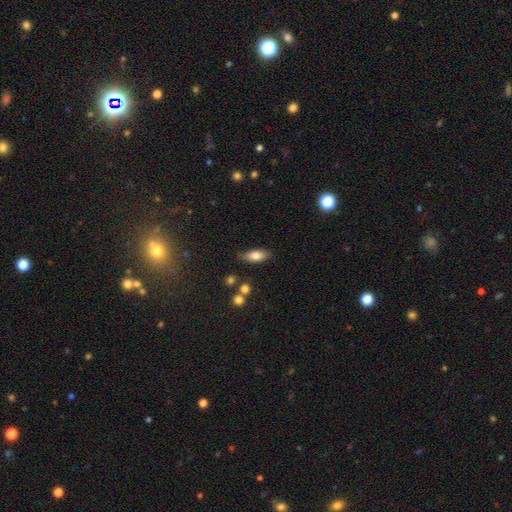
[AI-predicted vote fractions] smooth-or-featured: smooth: 78% | featured or disk: 15% | star or artifact: 8%
  how-rounded: in between: 82% | cigar-shaped: 15% | round: 3%
  merging: none: 76% | minor disturbance: 17% | major disturbance: 4% | merger: 4%